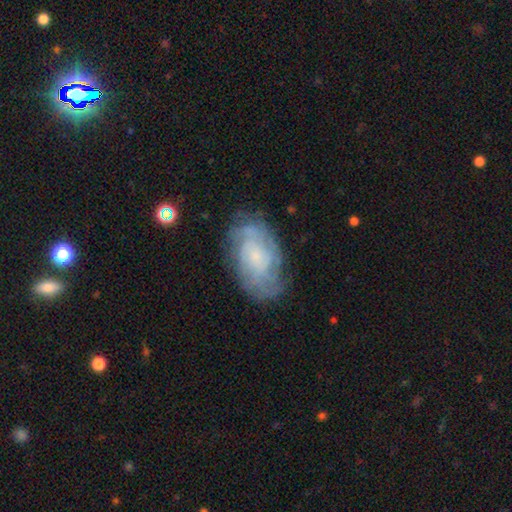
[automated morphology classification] Smooth or featured? Predicted: featured or disk (p=0.70). Edge-on disk? Predicted: no (p=0.95). Bar? Predicted: no (p=0.72). Spiral arms? Predicted: yes (p=0.88). Spiral winding? Predicted: tight (p=0.63). Spiral arm count? Predicted: can't tell (p=0.53). Bulge size? Predicted: small (p=0.60). Merging? Predicted: none (p=0.74).